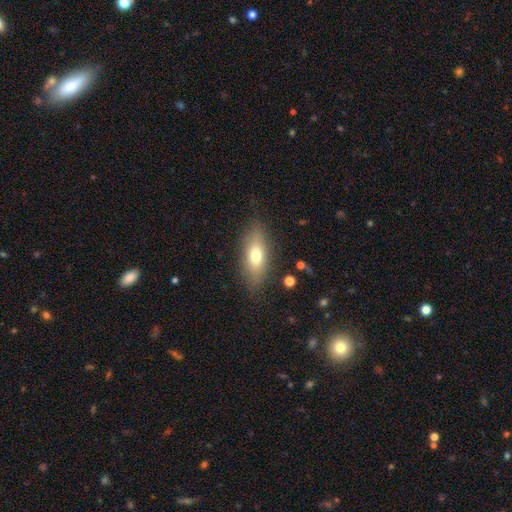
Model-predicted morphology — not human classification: Overall: smooth (70%). How rounded: in between (73%). Merging: none (80%).